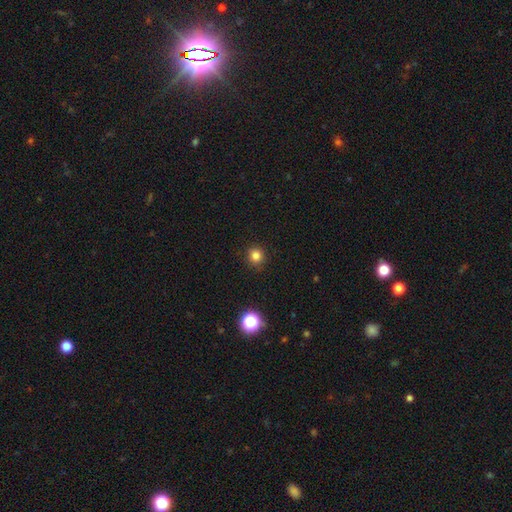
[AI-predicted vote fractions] The model was most divided on "smooth or featured": smooth: 81%, star or artifact: 14%, featured or disk: 4%. More confident: how rounded — round (94%); merging — none (91%).